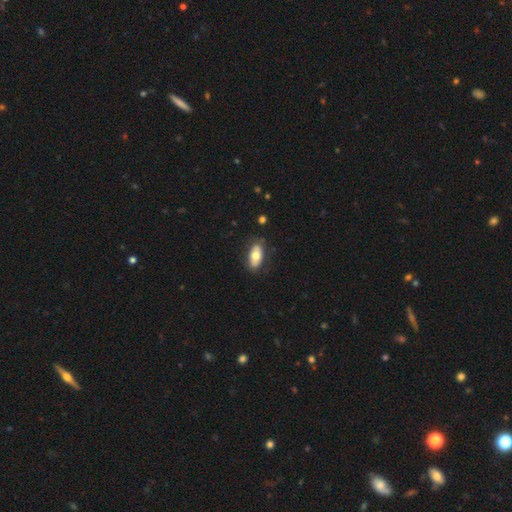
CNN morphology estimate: Smooth or featured?
  - smooth: 67% *
  - featured or disk: 27%
  - star or artifact: 6%
How rounded?
  - in between: 89% *
  - cigar-shaped: 7%
  - round: 4%
Merging?
  - none: 81% *
  - minor disturbance: 14%
  - major disturbance: 4%
  - merger: 1%